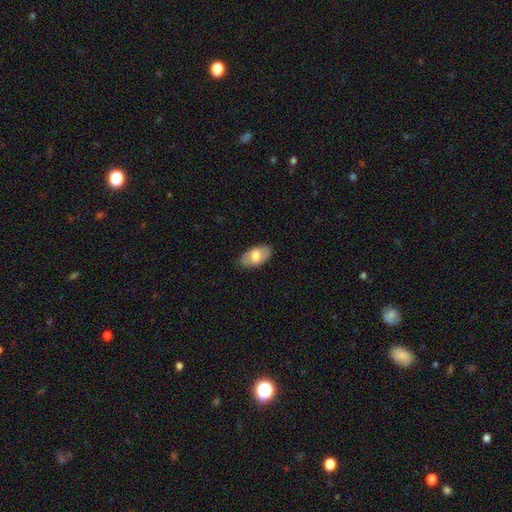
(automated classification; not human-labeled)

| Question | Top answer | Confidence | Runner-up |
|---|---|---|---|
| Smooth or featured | smooth | 67% | featured or disk (27%) |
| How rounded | in between | 94% | round (4%) |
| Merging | none | 83% | minor disturbance (13%) |